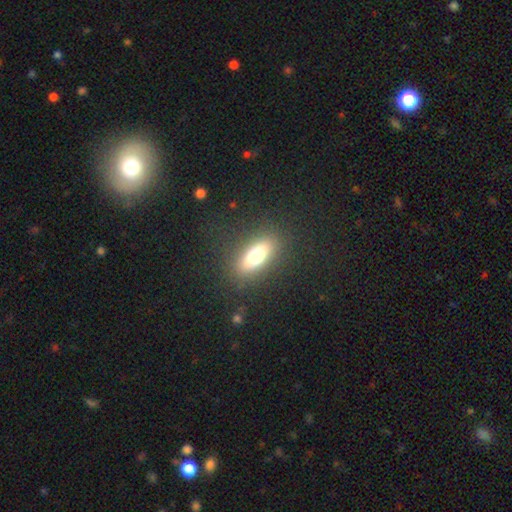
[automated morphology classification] A smooth galaxy with no disk features (66%) that is in between round and cigar-shaped (66%).

Vote fractions:
- Smooth or featured? smooth: 66% / featured or disk: 23% / star or artifact: 10%
- How rounded? in between: 66% / cigar-shaped: 29% / round: 5%
- Merging? none: 85% / minor disturbance: 9% / major disturbance: 5% / merger: 1%